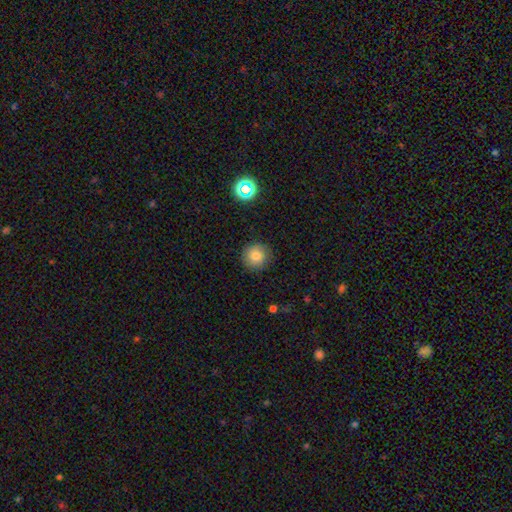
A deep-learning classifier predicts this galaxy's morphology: A smooth galaxy with no disk features (81%) that is round (94%).

Vote fractions:
- Smooth or featured? smooth: 81% / star or artifact: 12% / featured or disk: 7%
- How rounded? round: 94% / in between: 5% / cigar-shaped: 1%
- Merging? none: 89% / minor disturbance: 7% / major disturbance: 2% / merger: 1%